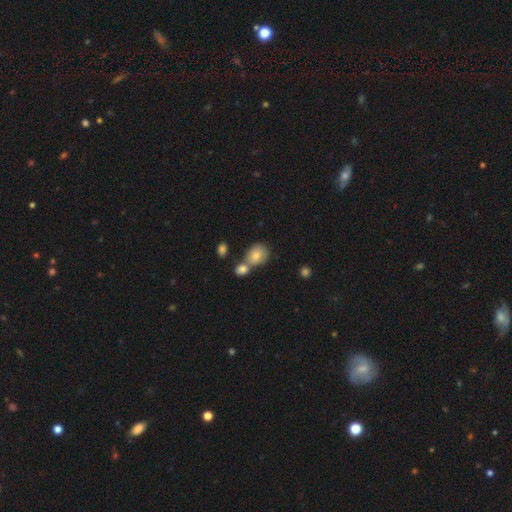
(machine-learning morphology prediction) smooth 74%, featured or disk 14%, star or artifact 12%. Down the decision tree: how rounded — round (64%); merging — none (53%).